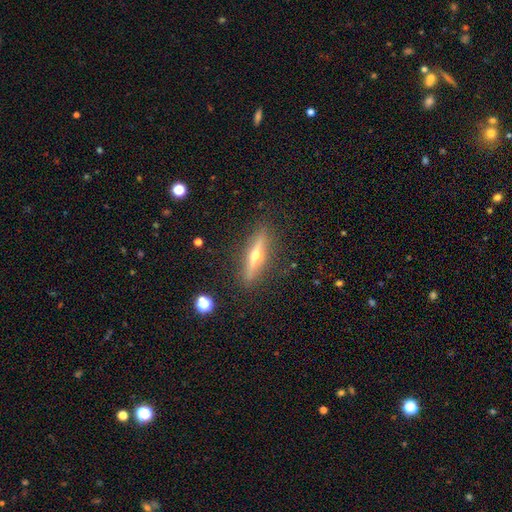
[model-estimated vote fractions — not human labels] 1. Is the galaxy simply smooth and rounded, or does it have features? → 72% featured or disk, 21% smooth, 7% star or artifact.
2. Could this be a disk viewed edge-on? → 96% yes, 4% no.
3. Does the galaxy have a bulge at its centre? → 94% rounded, 4% none, 2% boxy.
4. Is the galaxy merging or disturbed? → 89% none, 8% minor disturbance, 2% major disturbance, 1% merger.